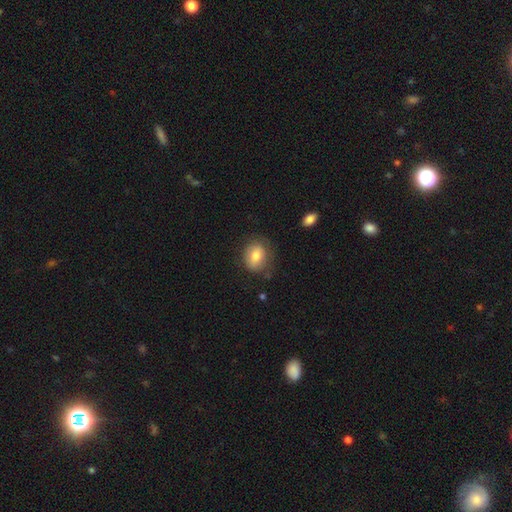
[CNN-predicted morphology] A smooth galaxy with no disk features (77%) that is round (52%).

Vote fractions:
- Smooth or featured? smooth: 77% / featured or disk: 15% / star or artifact: 8%
- How rounded? round: 52% / in between: 47% / cigar-shaped: 1%
- Merging? none: 72% / minor disturbance: 20% / major disturbance: 6% / merger: 2%